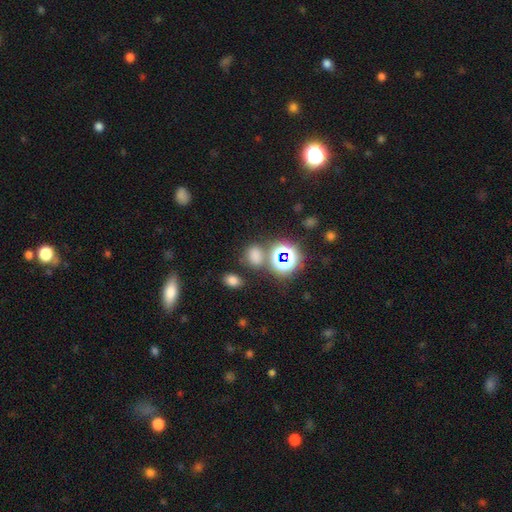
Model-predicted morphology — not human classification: type=smooth (63%); roundness=in between (57%); merging=none (67%).